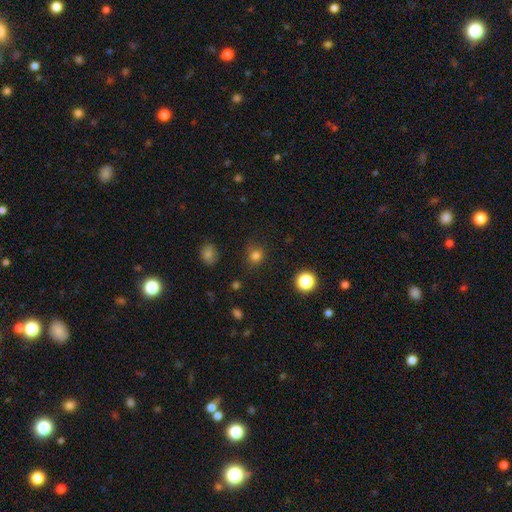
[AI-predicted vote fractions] smooth 78%, star or artifact 18%, featured or disk 5%. Down the decision tree: how rounded — round (85%); merging — none (78%).